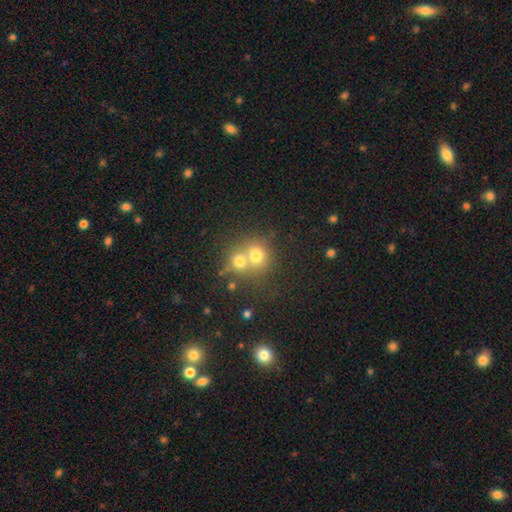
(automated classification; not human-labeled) Q: Smooth or featured?
A: smooth (69%); runner-up: featured or disk (16%)
Q: How rounded?
A: round (80%); runner-up: in between (19%)
Q: Merging?
A: merger (59%); runner-up: none (33%)